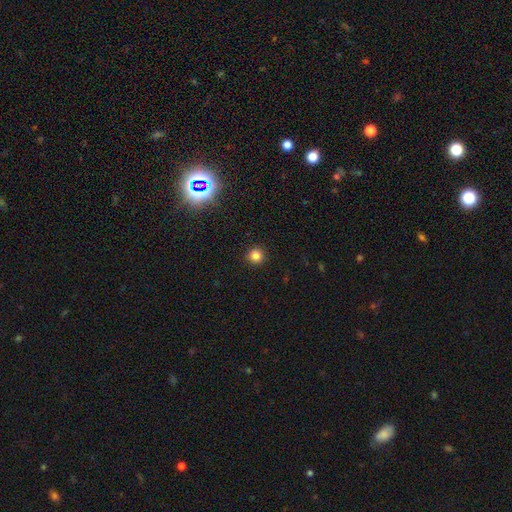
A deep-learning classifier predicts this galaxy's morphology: type=smooth (83%); roundness=round (95%); merging=none (93%).